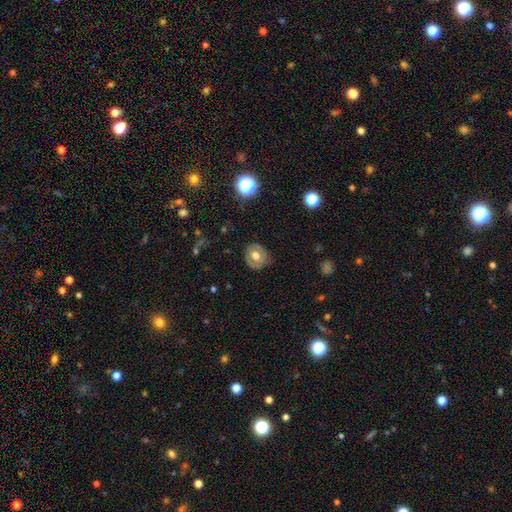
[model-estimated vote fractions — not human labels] A smooth galaxy with no disk features (47%). Merging: none (78%).